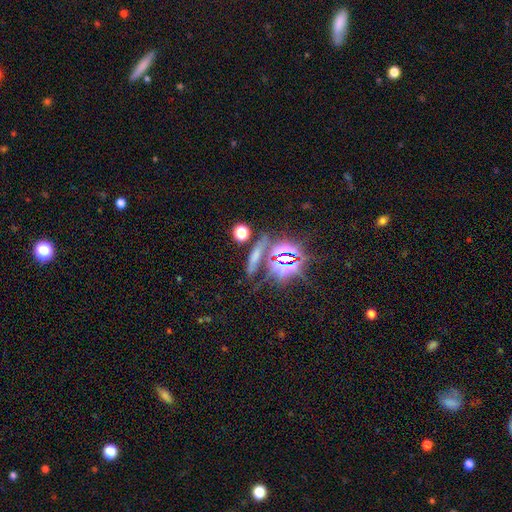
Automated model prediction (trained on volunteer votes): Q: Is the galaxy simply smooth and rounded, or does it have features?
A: star or artifact — 43%.